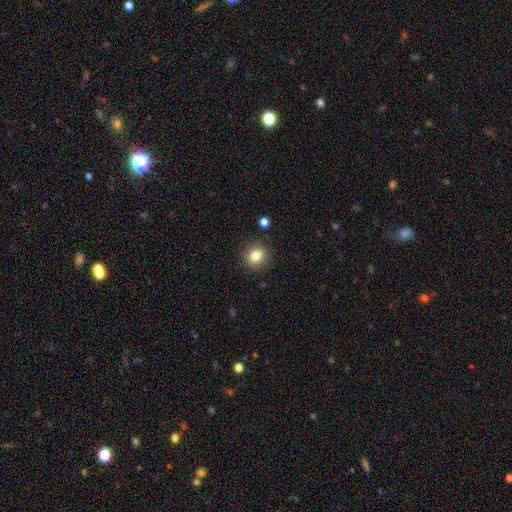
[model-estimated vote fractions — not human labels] Q: Smooth or featured?
A: smooth (83%); runner-up: star or artifact (11%)
Q: How rounded?
A: round (84%); runner-up: in between (15%)
Q: Merging?
A: none (88%); runner-up: minor disturbance (8%)